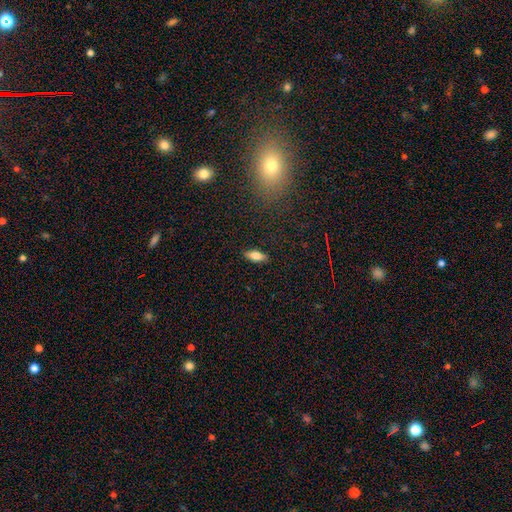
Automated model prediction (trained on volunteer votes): Smooth or featured: smooth — 76% (featured or disk — 16%)
How rounded: in between — 75% (cigar-shaped — 22%)
Merging: none — 88% (minor disturbance — 9%)